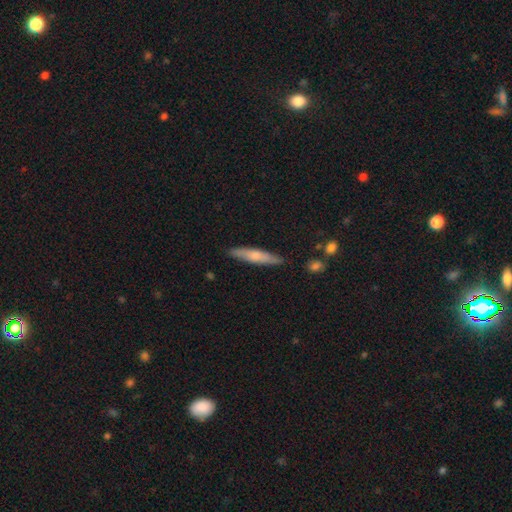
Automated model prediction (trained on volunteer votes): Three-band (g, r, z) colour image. It shows a smooth galaxy with no disk features (59%) that is cigar-shaped (87%). Merging: none (86%).